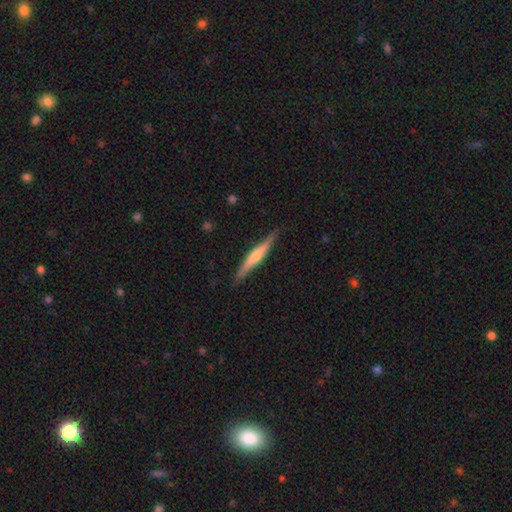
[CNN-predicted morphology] Smooth or featured? featured or disk (53%)
Edge-on disk? yes (96%)
Edge-on bulge? rounded (57%)
Merging? none (86%)